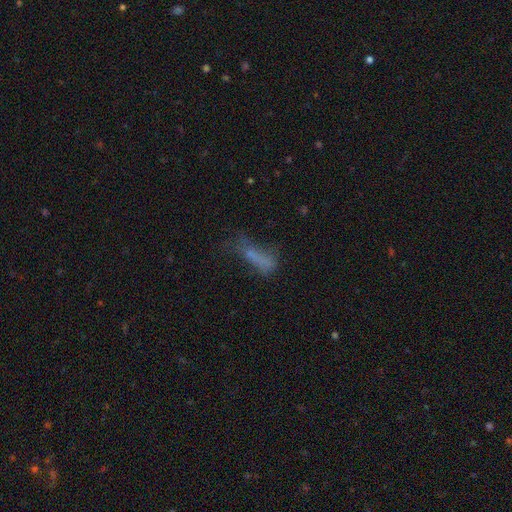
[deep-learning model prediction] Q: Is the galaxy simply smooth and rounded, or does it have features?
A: smooth — 56%.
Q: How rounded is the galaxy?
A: cigar-shaped — 53%.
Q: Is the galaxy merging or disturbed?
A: none — 38%.